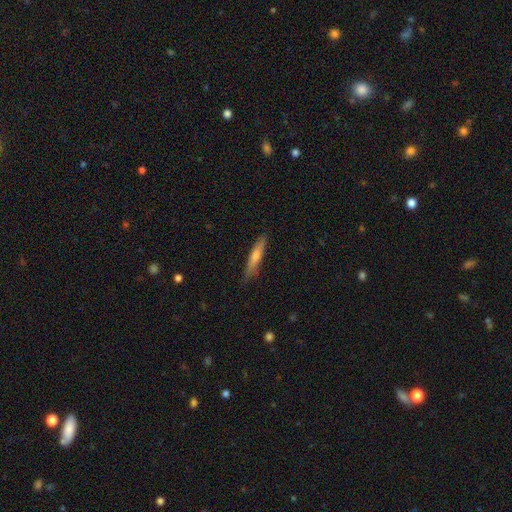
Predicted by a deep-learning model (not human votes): Smooth or featured?
  - smooth: 54% *
  - featured or disk: 40%
  - star or artifact: 6%
How rounded?
  - cigar-shaped: 90% *
  - in between: 8%
  - round: 2%
Merging?
  - none: 84% *
  - minor disturbance: 12%
  - major disturbance: 2%
  - merger: 1%